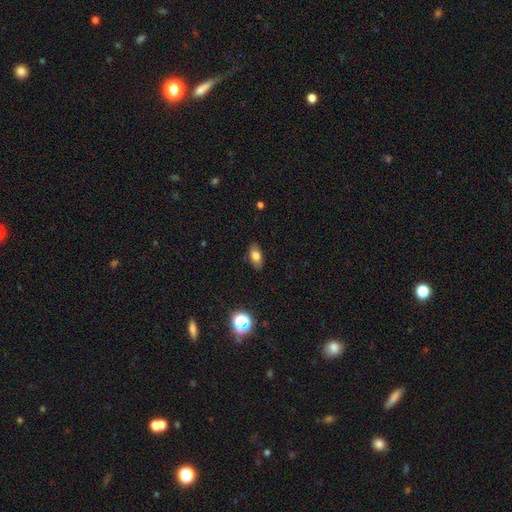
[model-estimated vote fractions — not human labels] The model was most divided on "smooth or featured": smooth: 78%, featured or disk: 12%, star or artifact: 10%. More confident: how rounded — in between (88%); merging — none (86%).